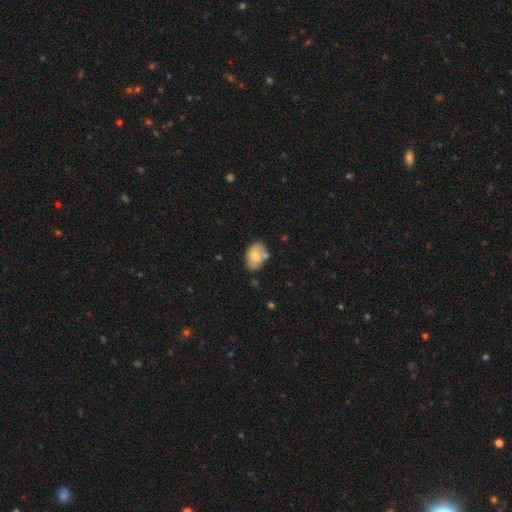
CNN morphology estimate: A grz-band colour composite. It shows a smooth galaxy with no disk features (71%) that is in between round and cigar-shaped (87%). Merging: none (59%).